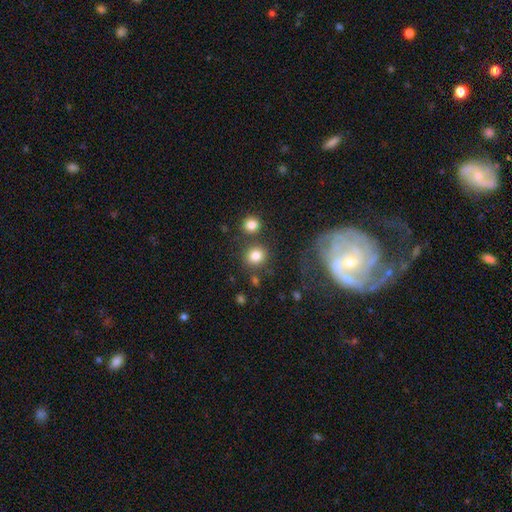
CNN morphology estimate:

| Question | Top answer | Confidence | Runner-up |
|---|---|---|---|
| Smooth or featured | smooth | 81% | star or artifact (12%) |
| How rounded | round | 83% | in between (16%) |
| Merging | none | 74% | merger (12%) |